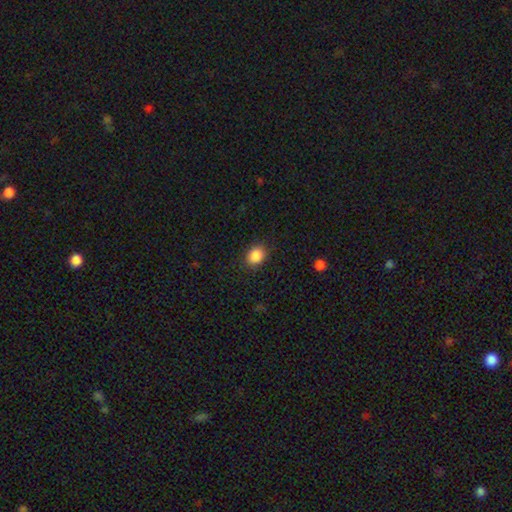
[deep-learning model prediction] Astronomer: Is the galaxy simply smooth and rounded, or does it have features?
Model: smooth — 88%.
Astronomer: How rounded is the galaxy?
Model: round — 51% (runner-up: in between, 48%).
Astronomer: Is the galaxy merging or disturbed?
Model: none — 86%.